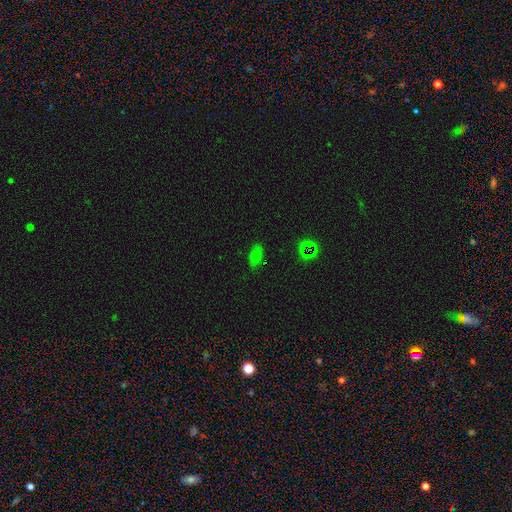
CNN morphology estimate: A smooth galaxy with no disk features (57%) that is in between round and cigar-shaped (89%). Merging: none (74%).